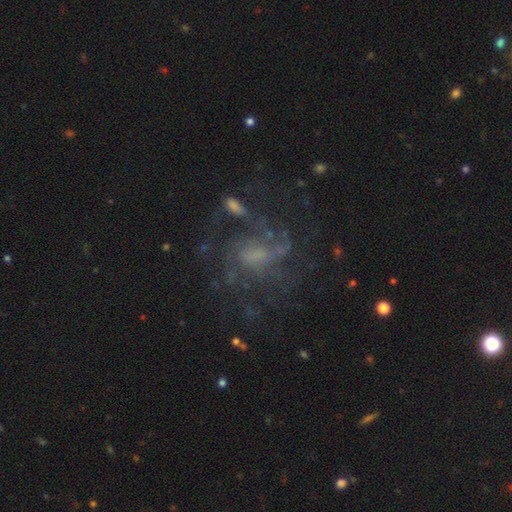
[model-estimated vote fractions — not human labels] smooth_or_featured: featured or disk (p=0.72) [alt: star or artifact p=0.14]
disk_edge_on: no (p=0.97) [alt: yes p=0.03]
bar: no (p=0.53) [alt: weak p=0.38]
has_spiral_arms: yes (p=0.83) [alt: no p=0.17]
spiral_winding: medium (p=0.45) [alt: tight p=0.32]
spiral_arm_count: can't tell (p=0.41) [alt: 3 p=0.18]
bulge_size: small (p=0.32) [alt: moderate p=0.31]
merging: none (p=0.53) [alt: major disturbance p=0.24]